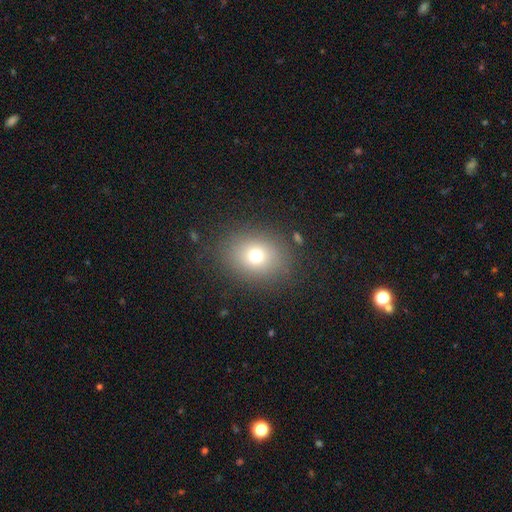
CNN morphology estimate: Overall: smooth (72%). How rounded: round (62%; in between 37%). Merging: none (84%).